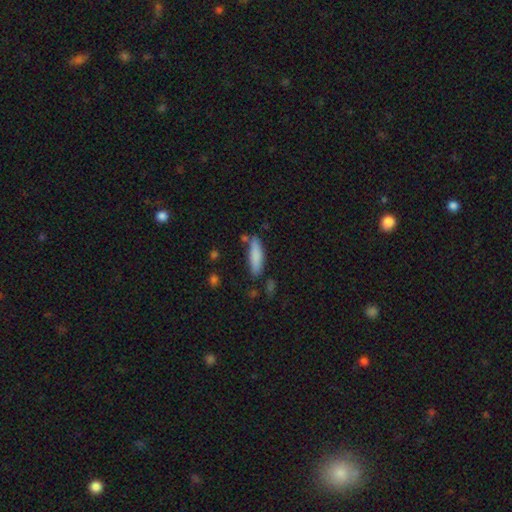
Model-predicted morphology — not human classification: type=smooth (83%); roundness=cigar-shaped (65%); merging=none (75%).